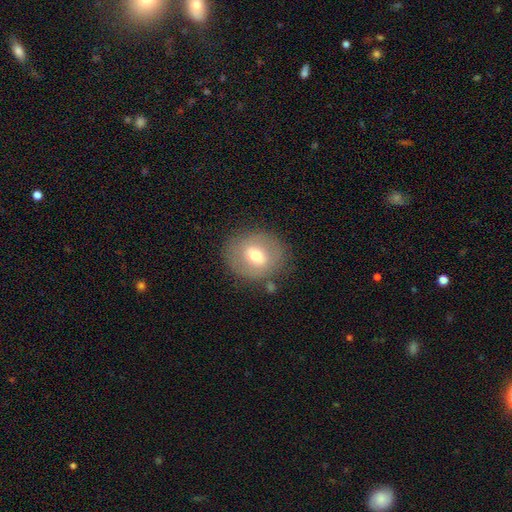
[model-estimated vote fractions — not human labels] smooth-or-featured: smooth: 56% | featured or disk: 35% | star or artifact: 9%
  how-rounded: round: 70% | in between: 29% | cigar-shaped: 1%
  merging: none: 79% | minor disturbance: 13% | major disturbance: 6% | merger: 3%